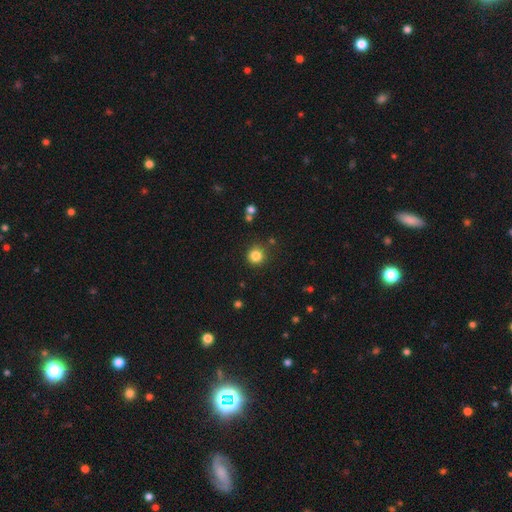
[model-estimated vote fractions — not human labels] A smooth galaxy with no disk features (83%) that is round (94%).

Vote fractions:
- Smooth or featured? smooth: 83% / star or artifact: 12% / featured or disk: 5%
- How rounded? round: 94% / in between: 5% / cigar-shaped: 1%
- Merging? none: 85% / minor disturbance: 8% / merger: 3% / major disturbance: 3%